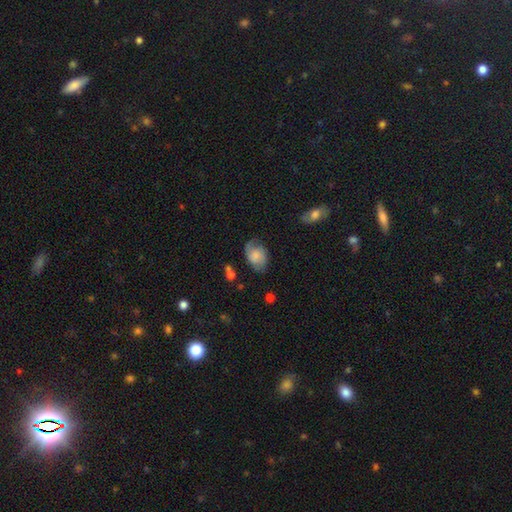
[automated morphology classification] The model was most divided on "smooth or featured": smooth: 52%, featured or disk: 39%, star or artifact: 8%. More confident: how rounded — in between (79%); merging — none (57%).